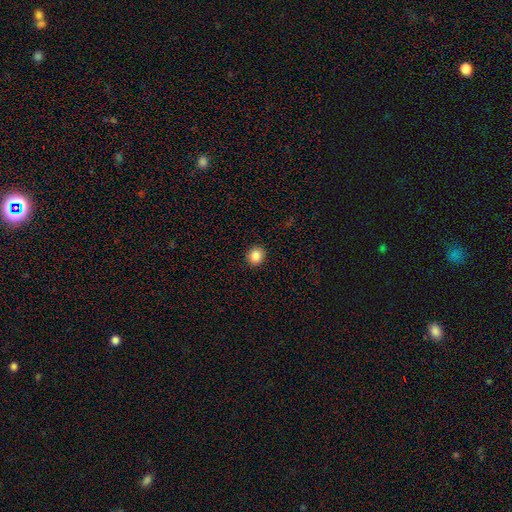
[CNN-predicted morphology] This is clearly a smooth galaxy (87%). How rounded: clearly round (87%). Merging: clearly none (92%).